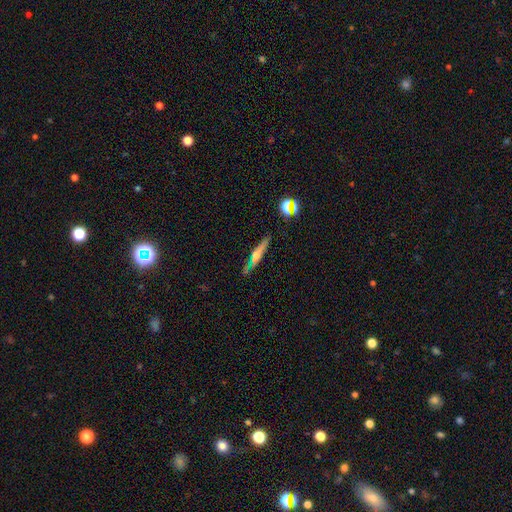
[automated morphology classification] Smooth or featured?
  - featured or disk: 51% *
  - smooth: 38%
  - star or artifact: 11%
Edge-on disk?
  - yes: 92% *
  - no: 8%
Merging?
  - none: 73% *
  - minor disturbance: 17%
  - merger: 5%
  - major disturbance: 5%